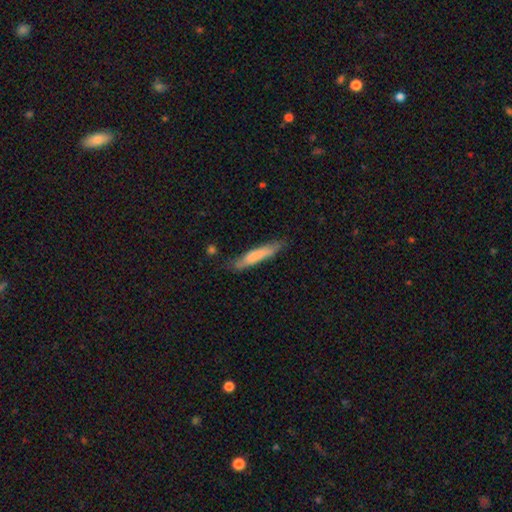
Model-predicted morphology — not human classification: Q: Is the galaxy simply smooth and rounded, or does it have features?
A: smooth — 74%.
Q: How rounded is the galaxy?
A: cigar-shaped — 89%.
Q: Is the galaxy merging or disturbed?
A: none — 71%.